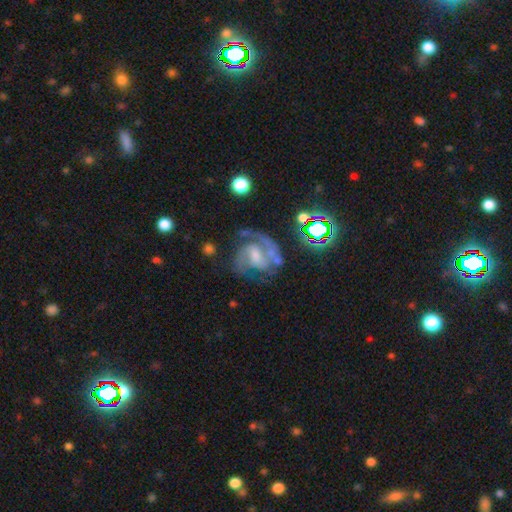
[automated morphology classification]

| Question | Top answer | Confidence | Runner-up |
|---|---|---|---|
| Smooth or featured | featured or disk | 86% | star or artifact (8%) |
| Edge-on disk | no | 98% | yes (2%) |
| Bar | weak | 51% | no (29%) |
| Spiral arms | yes | 97% | no (3%) |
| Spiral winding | medium | 53% | tight (36%) |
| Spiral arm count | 2 | 79% | 3 (7%) |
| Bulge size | small | 47% | moderate (34%) |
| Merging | none | 63% | minor disturbance (18%) |